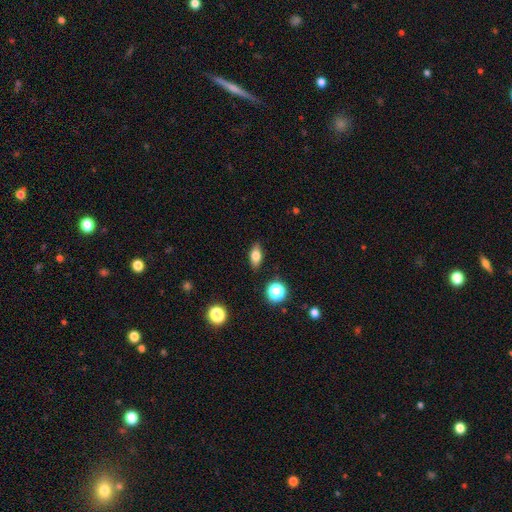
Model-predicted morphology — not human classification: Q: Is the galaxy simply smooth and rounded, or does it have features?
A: smooth — 76%.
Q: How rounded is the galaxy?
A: in between — 81%.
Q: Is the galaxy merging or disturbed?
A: none — 87%.